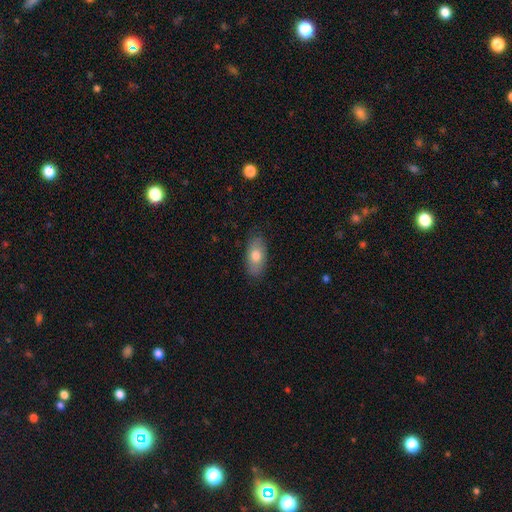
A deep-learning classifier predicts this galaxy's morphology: Smooth or featured?
  - smooth: 75% *
  - featured or disk: 19%
  - star or artifact: 6%
How rounded?
  - in between: 91% *
  - cigar-shaped: 5%
  - round: 4%
Merging?
  - none: 83% *
  - minor disturbance: 13%
  - major disturbance: 3%
  - merger: 1%